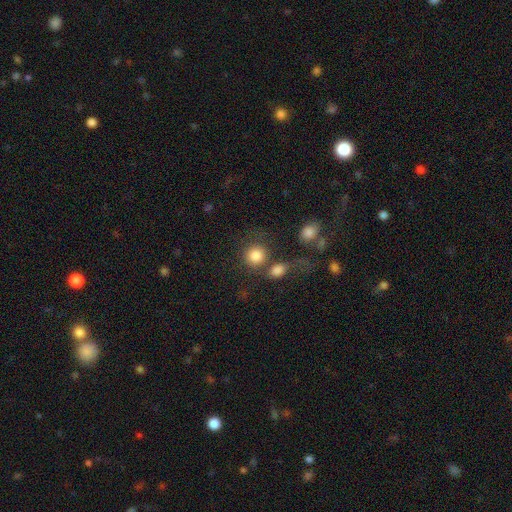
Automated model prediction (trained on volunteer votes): Overall: smooth (83%). How rounded: round (87%). Merging: none (53%; merger 28%).